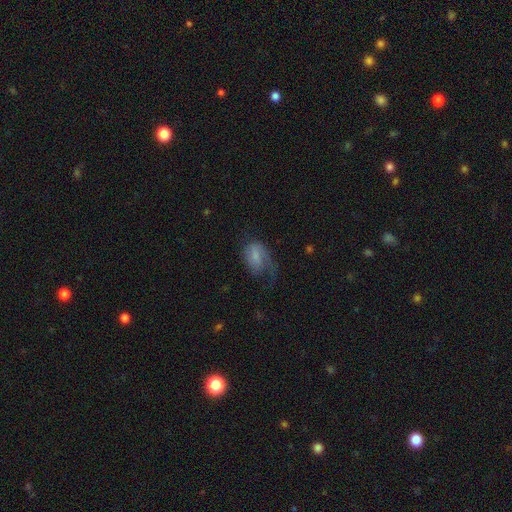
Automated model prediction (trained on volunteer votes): smooth 50%, featured or disk 41%, star or artifact 8%. Down the decision tree: how rounded — in between (85%); merging — major disturbance (43%).